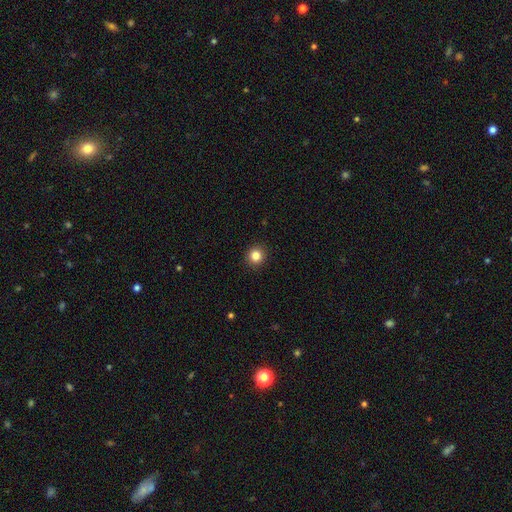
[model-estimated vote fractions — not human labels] A smooth galaxy with no disk features (84%) that is round (93%).

Vote fractions:
- Smooth or featured? smooth: 84% / star or artifact: 11% / featured or disk: 4%
- How rounded? round: 93% / in between: 6% / cigar-shaped: 1%
- Merging? none: 93% / minor disturbance: 5% / major disturbance: 2% / merger: 1%